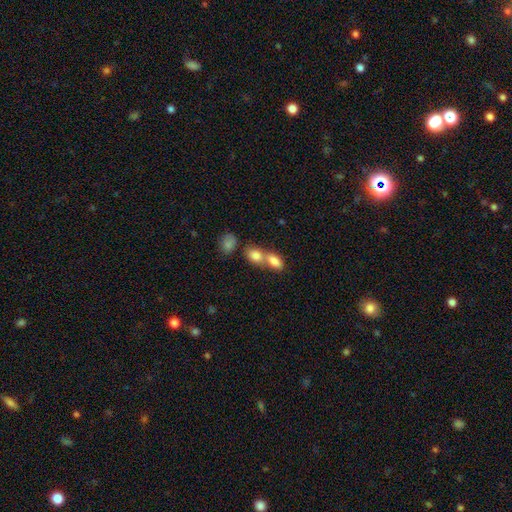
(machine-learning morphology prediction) Smooth or featured? smooth (82%)
How rounded? in between (75%)
Merging? merger (67%)